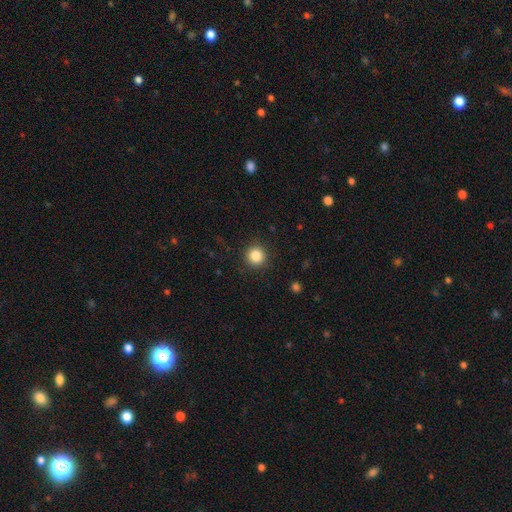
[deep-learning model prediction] Overall: smooth (85%). How rounded: round (94%). Merging: none (91%).